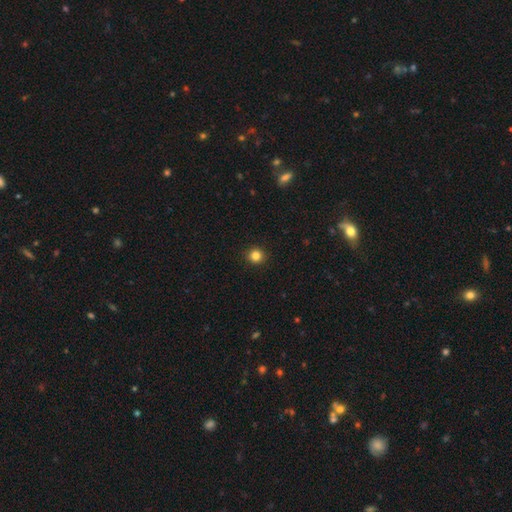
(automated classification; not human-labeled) This is clearly a smooth galaxy (84%). How rounded: clearly round (93%). Merging: clearly none (92%).